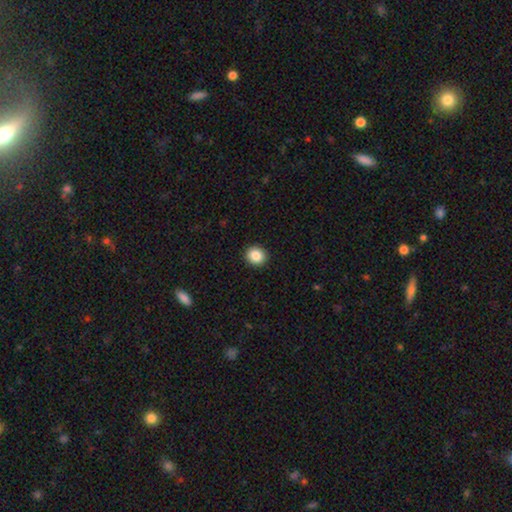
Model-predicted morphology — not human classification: smooth_or_featured: smooth (p=0.87) [alt: star or artifact p=0.09]
how_rounded: round (p=0.85) [alt: in between p=0.14]
merging: none (p=0.92) [alt: minor disturbance p=0.05]